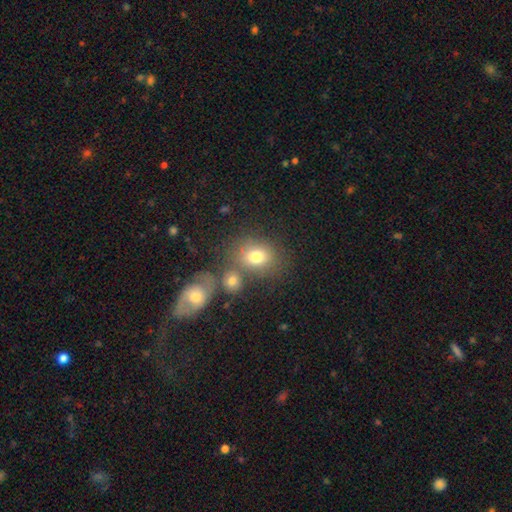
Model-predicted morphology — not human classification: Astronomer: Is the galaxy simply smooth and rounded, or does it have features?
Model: smooth — 74%.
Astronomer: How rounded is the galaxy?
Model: round — 50% (runner-up: in between, 49%).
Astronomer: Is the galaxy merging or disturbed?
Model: none — 55%.